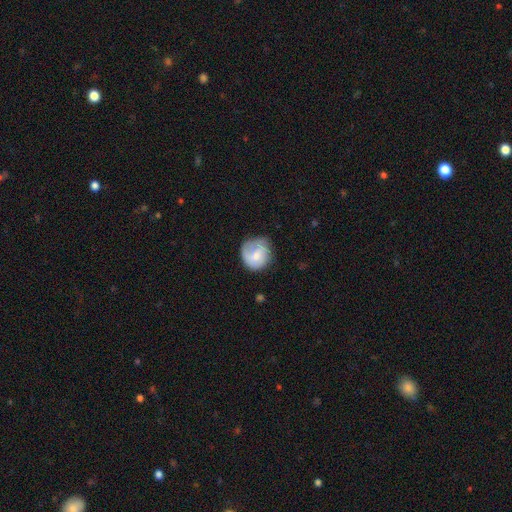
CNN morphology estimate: Overall: smooth (57%; featured or disk 37%). How rounded: round (81%). Merging: none (54%; minor disturbance 30%).